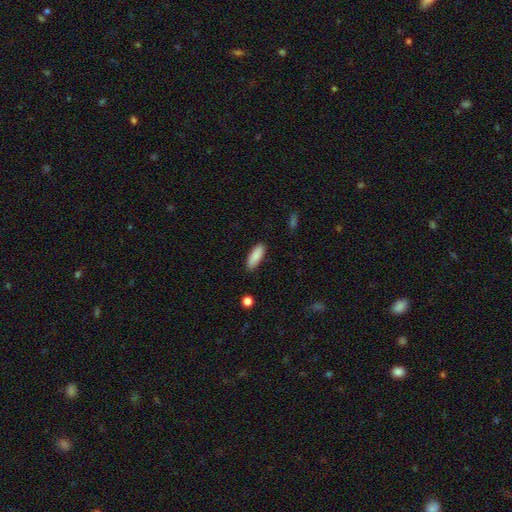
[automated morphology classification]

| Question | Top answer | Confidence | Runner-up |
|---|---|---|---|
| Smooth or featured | smooth | 88% | star or artifact (6%) |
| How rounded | in between | 68% | cigar-shaped (30%) |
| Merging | none | 87% | minor disturbance (9%) |